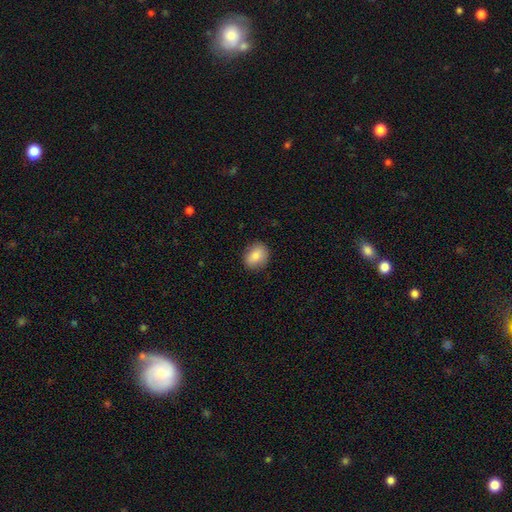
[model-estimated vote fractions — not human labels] Overall: smooth (85%). How rounded: round (52%; in between 47%). Merging: none (86%).